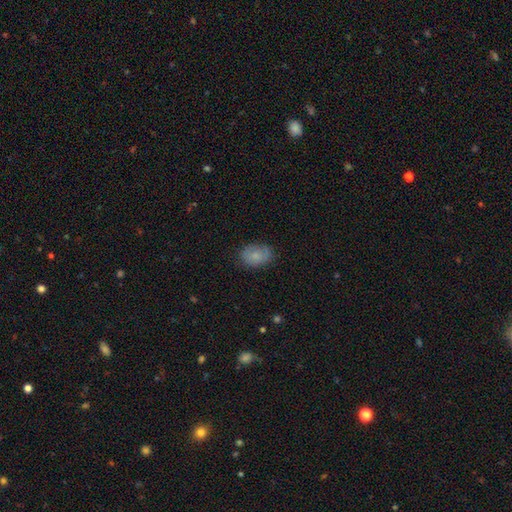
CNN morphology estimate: This is likely a smooth galaxy (76%). How rounded: likely in between (77%). Merging: likely none (76%).